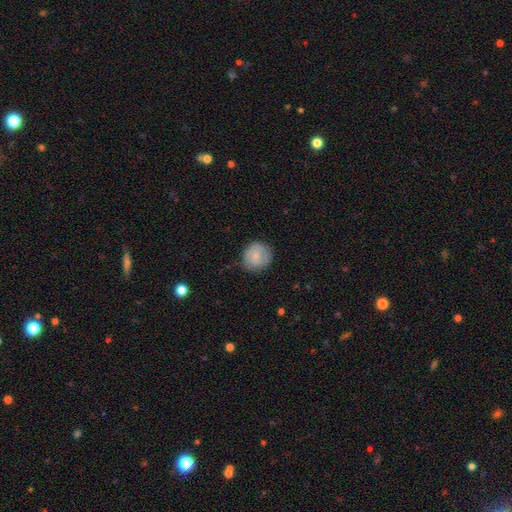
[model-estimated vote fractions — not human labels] smooth 75%, featured or disk 18%, star or artifact 7%. Down the decision tree: how rounded — round (88%); merging — none (80%).